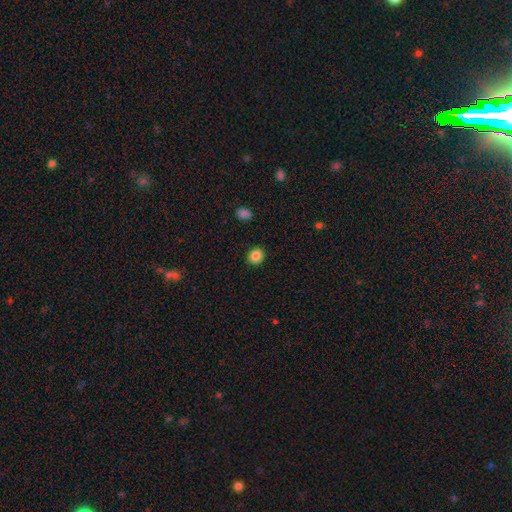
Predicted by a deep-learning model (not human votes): smooth 85%, star or artifact 10%, featured or disk 5%. Down the decision tree: how rounded — round (71%); merging — none (90%).